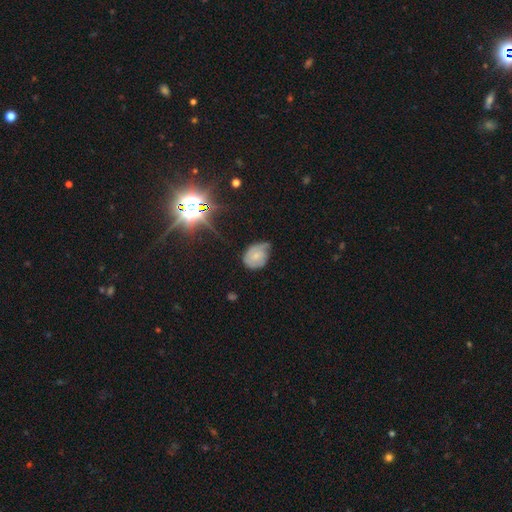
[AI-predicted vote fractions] Smooth or featured? Predicted: smooth (p=0.47). Merging? Predicted: minor disturbance (p=0.42).